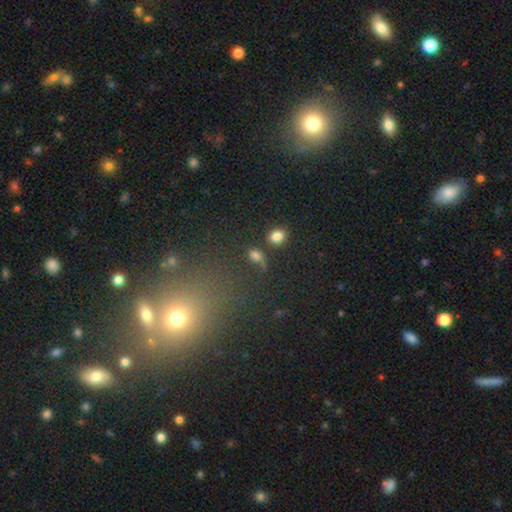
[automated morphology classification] A smooth galaxy with no disk features (78%) that is round (53%). Merging: none (58%).